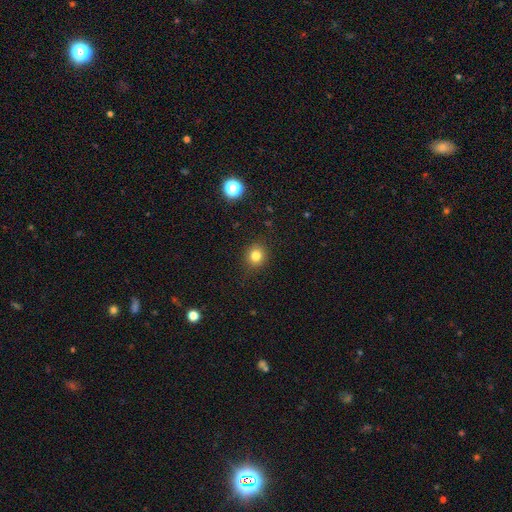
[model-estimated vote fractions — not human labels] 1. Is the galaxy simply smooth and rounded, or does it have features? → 81% smooth, 13% star or artifact, 6% featured or disk.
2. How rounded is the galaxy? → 80% round, 19% in between, 1% cigar-shaped.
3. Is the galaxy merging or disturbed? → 86% none, 10% minor disturbance, 3% major disturbance, 1% merger.